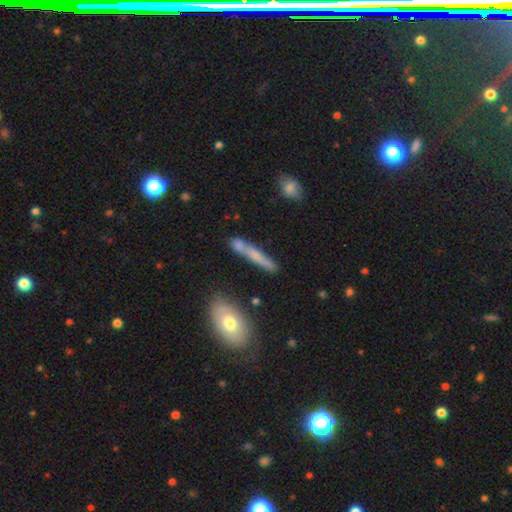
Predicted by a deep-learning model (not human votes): Q: Smooth or featured?
A: smooth (55%); runner-up: featured or disk (38%)
Q: How rounded?
A: cigar-shaped (89%); runner-up: in between (8%)
Q: Merging?
A: none (67%); runner-up: minor disturbance (16%)